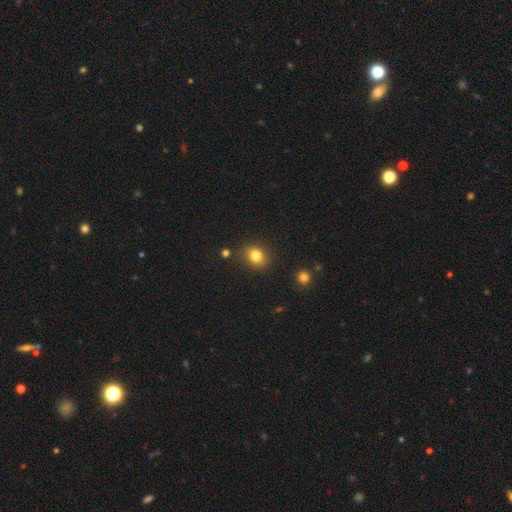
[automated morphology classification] A smooth galaxy with no disk features (82%) that is round (59%).

Vote fractions:
- Smooth or featured? smooth: 82% / star or artifact: 12% / featured or disk: 7%
- How rounded? round: 59% / in between: 40% / cigar-shaped: 1%
- Merging? none: 84% / minor disturbance: 10% / merger: 3% / major disturbance: 3%